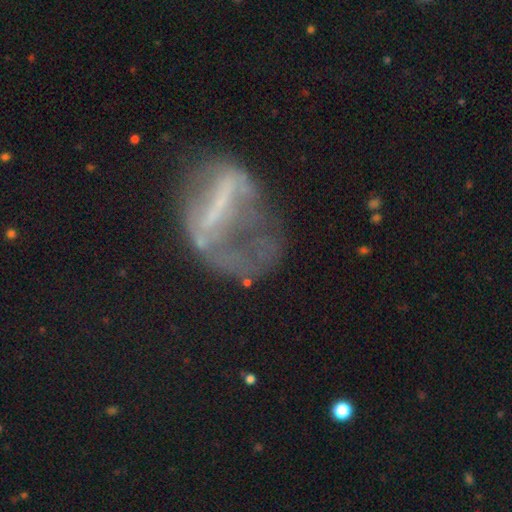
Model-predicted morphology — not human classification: Smooth or featured? featured or disk (56%)
Edge-on disk? no (89%)
Merging? major disturbance (41%)